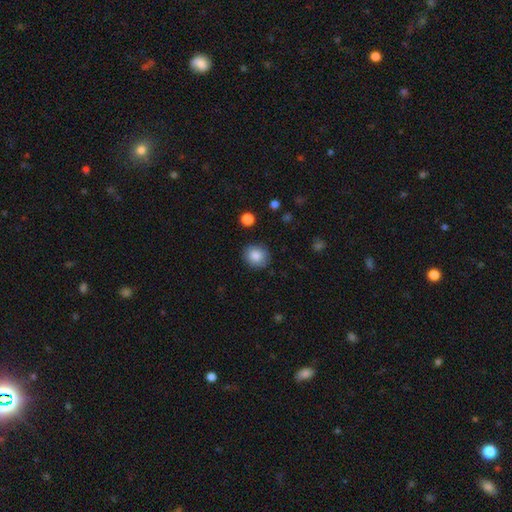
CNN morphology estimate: Smooth or featured? Predicted: smooth (p=0.85). How rounded? Predicted: round (p=0.78). Merging? Predicted: none (p=0.87).